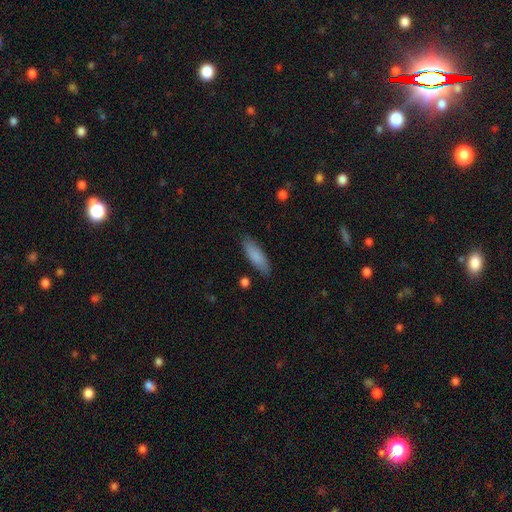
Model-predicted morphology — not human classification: The model was most divided on "how rounded": in between: 52%, cigar-shaped: 47%, round: 2%. More confident: smooth or featured — smooth (85%); merging — none (85%).